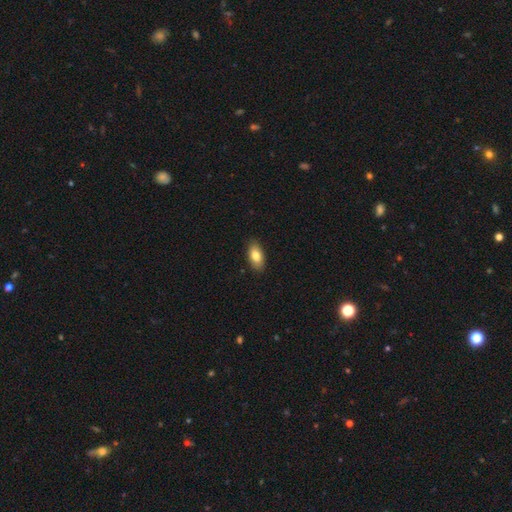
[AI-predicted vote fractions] smooth-or-featured: smooth: 81% | featured or disk: 12% | star or artifact: 7%
  how-rounded: in between: 91% | round: 4% | cigar-shaped: 4%
  merging: none: 88% | minor disturbance: 9% | major disturbance: 2% | merger: 1%